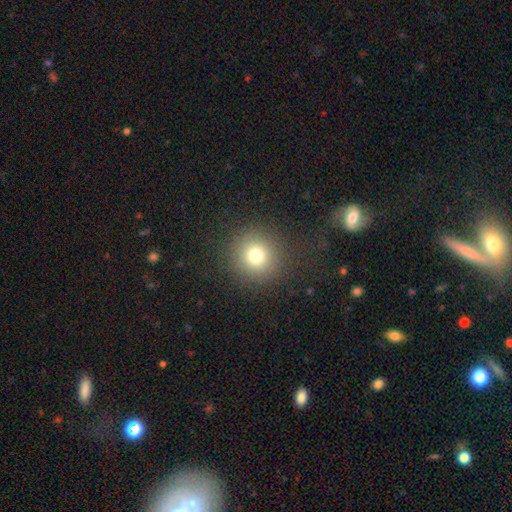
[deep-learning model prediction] A smooth galaxy with no disk features (76%) that is round (94%). Merging: none (88%).